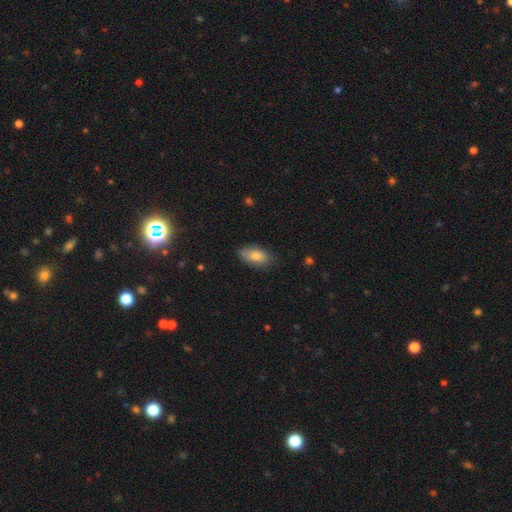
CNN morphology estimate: Q: Smooth or featured?
A: smooth (79%); runner-up: featured or disk (14%)
Q: How rounded?
A: in between (92%); runner-up: round (4%)
Q: Merging?
A: none (79%); runner-up: minor disturbance (17%)